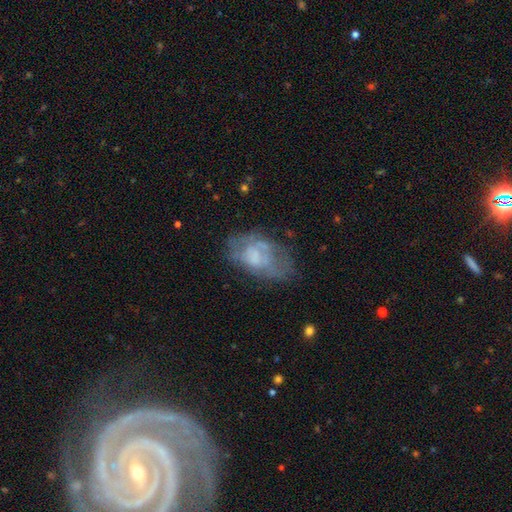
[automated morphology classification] Smooth or featured? Predicted: featured or disk (p=0.51). Edge-on disk? Predicted: no (p=0.96). Merging? Predicted: none (p=0.44).